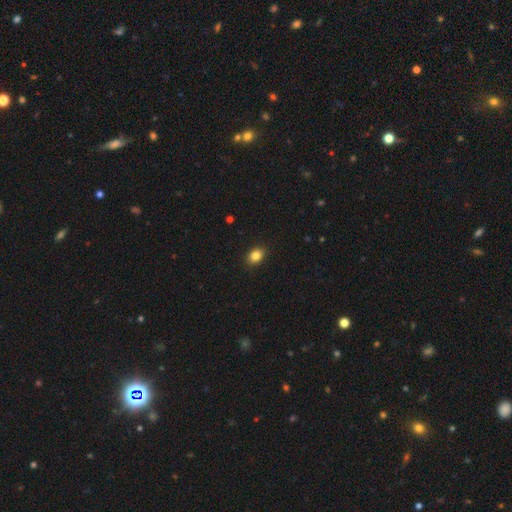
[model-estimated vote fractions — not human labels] Smooth or featured: smooth — 85% (star or artifact — 10%)
How rounded: in between — 69% (round — 29%)
Merging: none — 90% (minor disturbance — 7%)